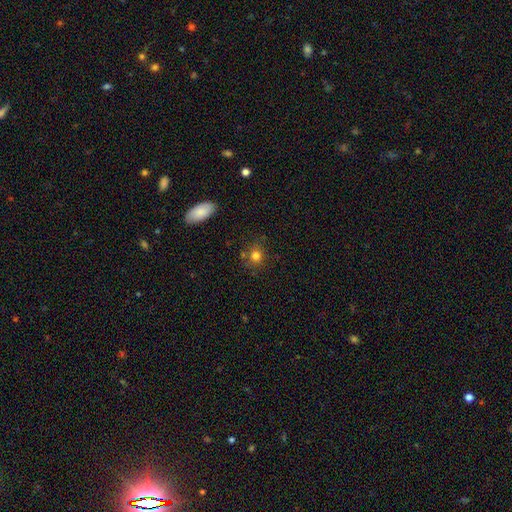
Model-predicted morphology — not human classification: type=smooth (79%); roundness=round (79%); merging=none (76%).